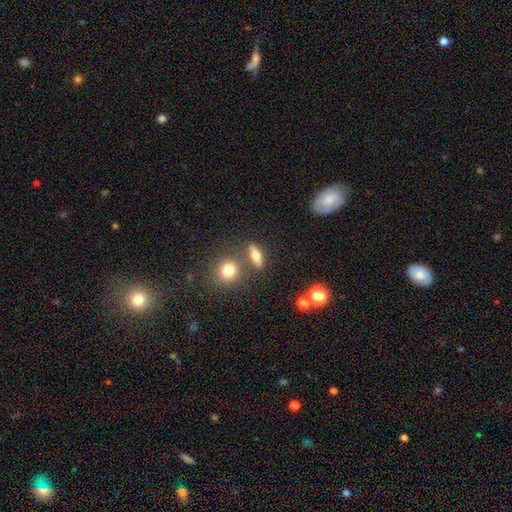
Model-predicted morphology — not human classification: smooth_or_featured: smooth (p=0.61) [alt: featured or disk p=0.27]
how_rounded: in between (p=0.40) [alt: cigar-shaped p=0.37]
merging: none (p=0.77) [alt: minor disturbance p=0.10]